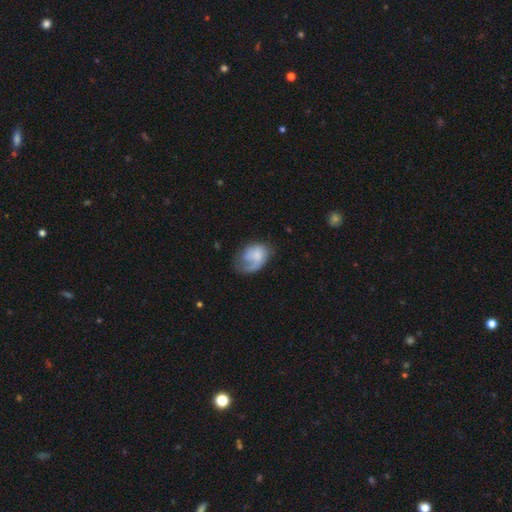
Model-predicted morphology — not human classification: type=smooth (55%); roundness=in between (78%); merging=none (35%).